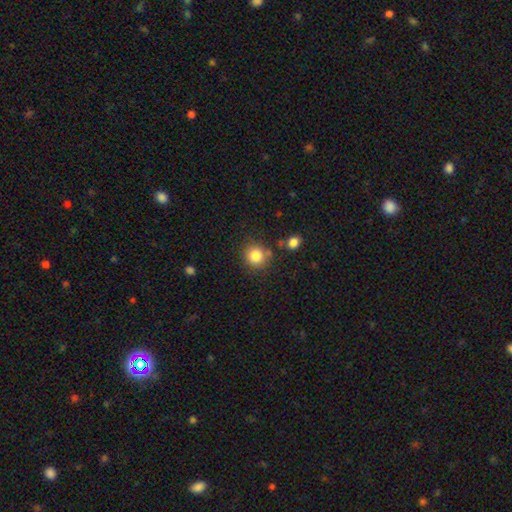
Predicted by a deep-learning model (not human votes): Morphology: type=smooth (83%); roundness=round (88%); merging=none (78%).